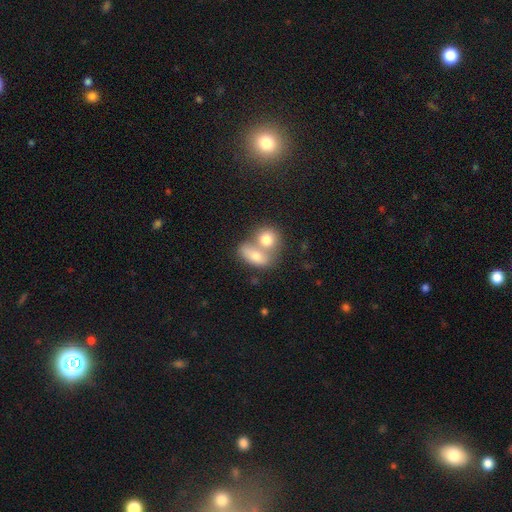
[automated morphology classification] smooth-or-featured: smooth: 73% | featured or disk: 19% | star or artifact: 8%
  how-rounded: in between: 73% | round: 22% | cigar-shaped: 5%
  merging: merger: 64% | none: 24% | minor disturbance: 7% | major disturbance: 4%